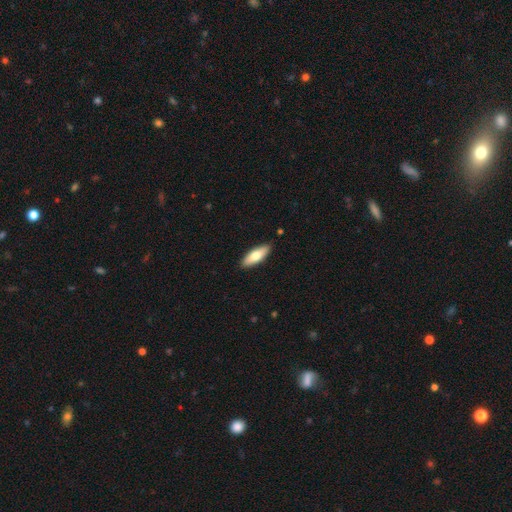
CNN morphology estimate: smooth 71%, featured or disk 23%, star or artifact 5%. Down the decision tree: how rounded — in between (61%); merging — none (88%).